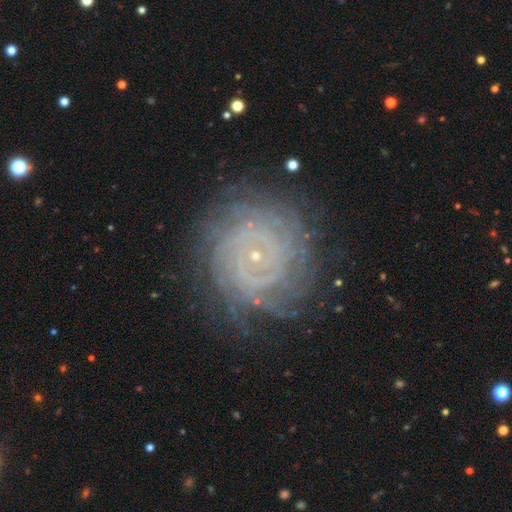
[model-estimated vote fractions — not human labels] featured or disk 83%, smooth 9%, star or artifact 8%. Down the decision tree: edge-on disk — no (97%); bar — no (71%); spiral arms — yes (95%); spiral arm count — can't tell (33%); spiral winding — tight (84%); bulge size — small (90%); merging — none (77%).